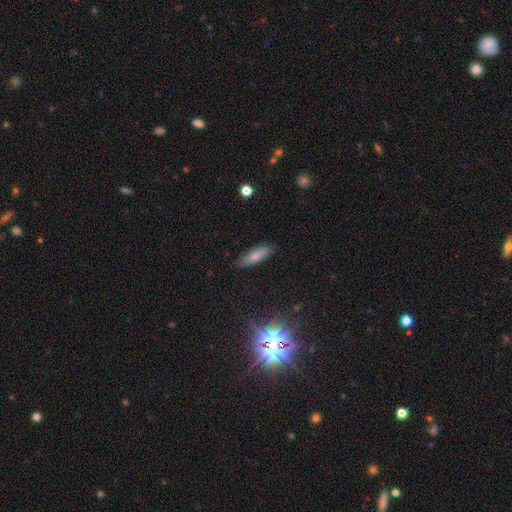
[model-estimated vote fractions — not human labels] Smooth or featured? smooth (76%)
How rounded? cigar-shaped (51%)
Merging? none (83%)